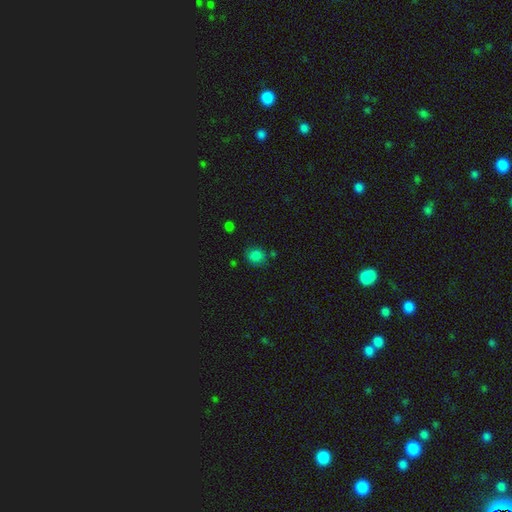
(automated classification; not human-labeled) Q: Smooth or featured?
A: smooth (80%); runner-up: star or artifact (16%)
Q: How rounded?
A: round (72%); runner-up: in between (27%)
Q: Merging?
A: none (75%); runner-up: minor disturbance (16%)